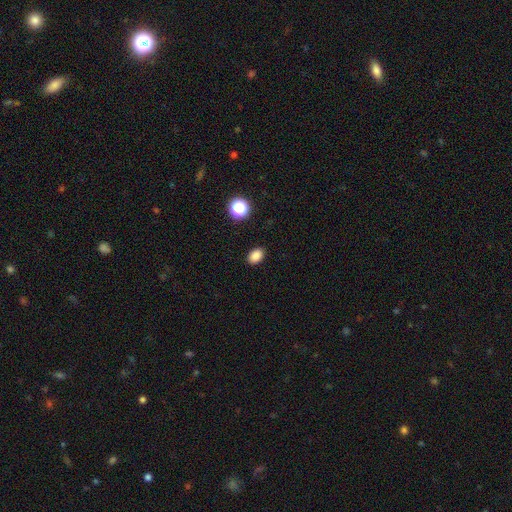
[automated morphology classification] Smooth or featured? Predicted: smooth (p=0.86). How rounded? Predicted: in between (p=0.78). Merging? Predicted: none (p=0.90).